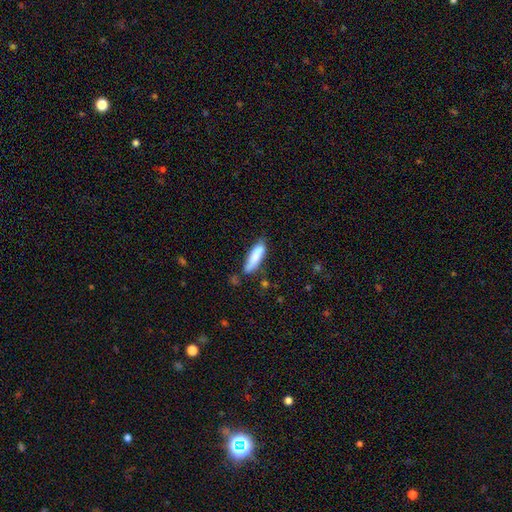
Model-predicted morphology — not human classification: Smooth or featured? smooth (83%)
How rounded? cigar-shaped (65%)
Merging? none (68%)